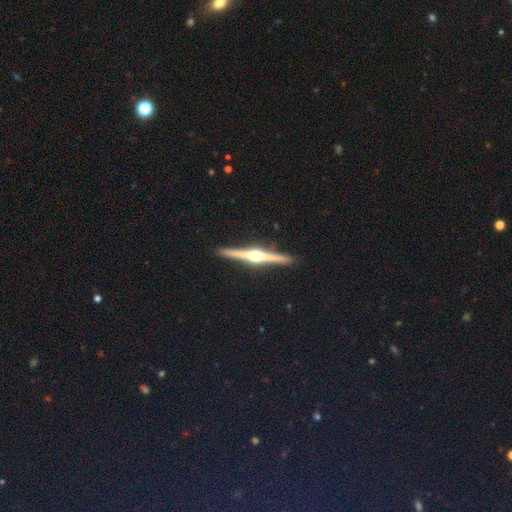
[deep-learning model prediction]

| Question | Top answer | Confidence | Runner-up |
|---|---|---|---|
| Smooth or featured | featured or disk | 86% | smooth (9%) |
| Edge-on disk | yes | 99% | no (1%) |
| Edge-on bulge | rounded | 96% | boxy (2%) |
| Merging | none | 92% | minor disturbance (5%) |